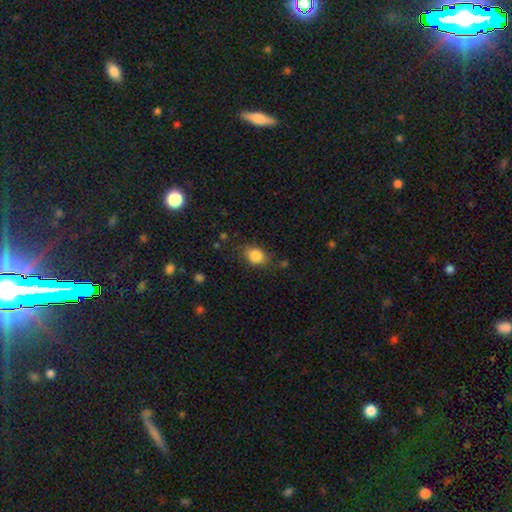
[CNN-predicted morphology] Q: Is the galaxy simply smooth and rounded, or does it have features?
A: smooth — 84%.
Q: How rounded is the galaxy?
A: in between — 65%.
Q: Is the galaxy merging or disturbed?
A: none — 77%.